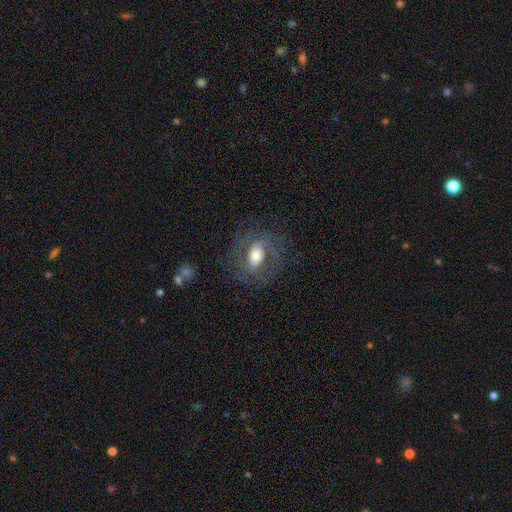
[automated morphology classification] Smooth or featured? Predicted: featured or disk (p=0.60). Edge-on disk? Predicted: no (p=0.95). Bar? Predicted: no (p=0.57). Spiral arms? Predicted: yes (p=0.74). Bulge size? Predicted: moderate (p=0.61). Merging? Predicted: none (p=0.66).